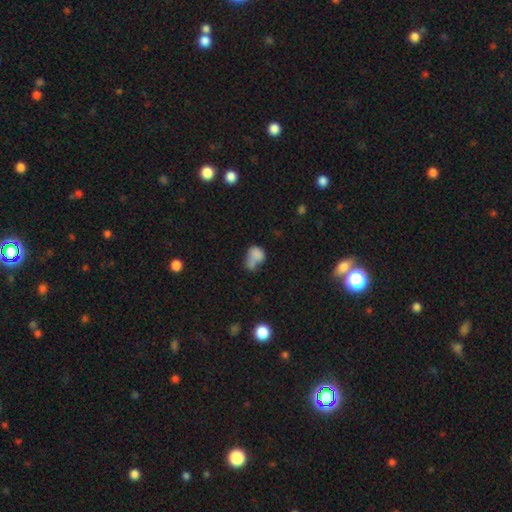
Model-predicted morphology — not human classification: Smooth or featured?
  - smooth: 74% *
  - featured or disk: 14%
  - star or artifact: 12%
How rounded?
  - in between: 64% *
  - round: 34%
  - cigar-shaped: 2%
Merging?
  - merger: 32% *
  - none: 26%
  - minor disturbance: 23%
  - major disturbance: 19%